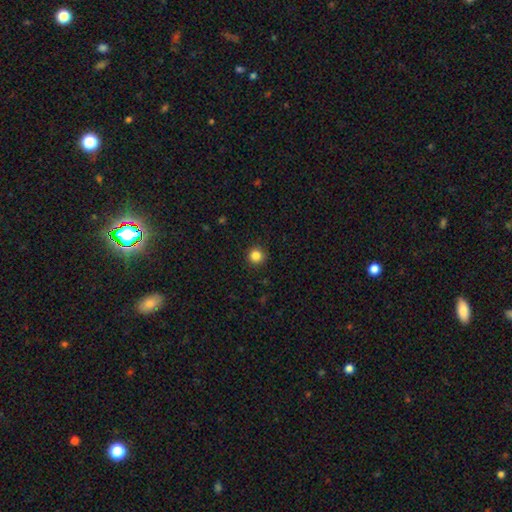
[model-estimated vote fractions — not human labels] Overall: smooth (85%). How rounded: round (95%). Merging: none (93%).